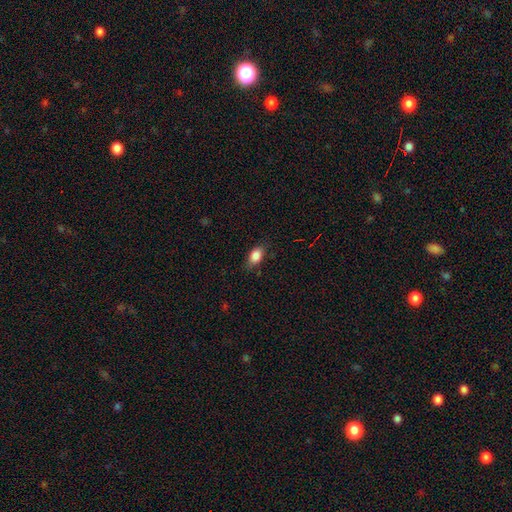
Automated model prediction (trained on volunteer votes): smooth-or-featured: smooth: 85% | star or artifact: 8% | featured or disk: 7%
  how-rounded: in between: 85% | round: 11% | cigar-shaped: 4%
  merging: none: 78% | minor disturbance: 17% | major disturbance: 4% | merger: 1%